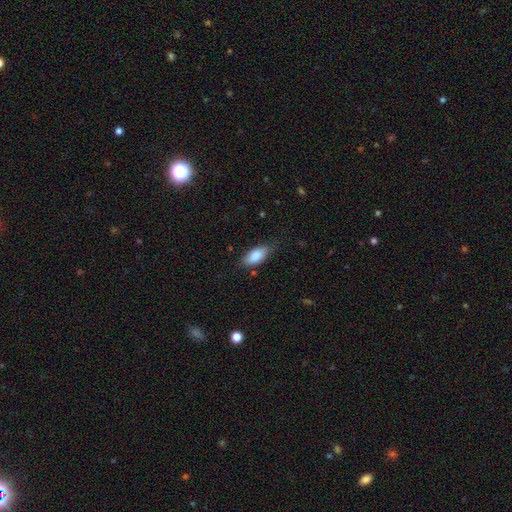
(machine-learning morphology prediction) type=smooth (86%); roundness=in between (88%); merging=none (69%).